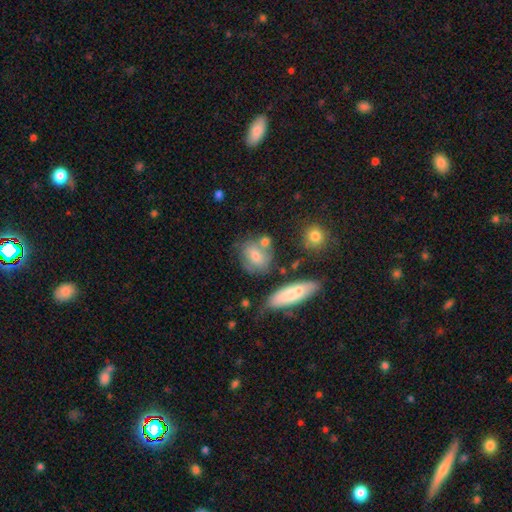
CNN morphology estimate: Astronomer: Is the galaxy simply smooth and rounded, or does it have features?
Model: smooth — 69%.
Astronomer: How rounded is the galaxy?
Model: in between — 50% (runner-up: round, 45%).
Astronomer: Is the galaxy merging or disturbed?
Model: none — 54%.